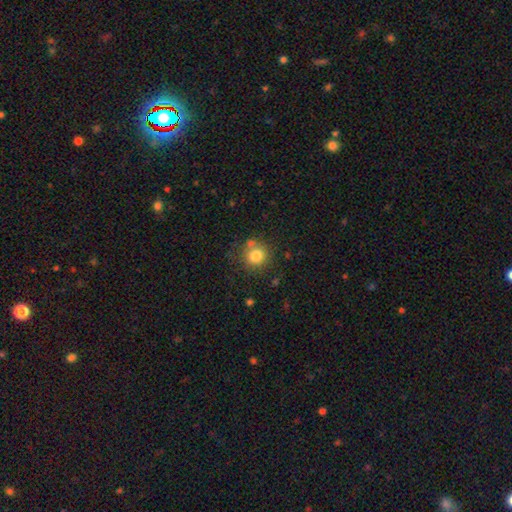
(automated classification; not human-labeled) A smooth galaxy with no disk features (80%) that is round (91%).

Vote fractions:
- Smooth or featured? smooth: 80% / star or artifact: 12% / featured or disk: 8%
- How rounded? round: 91% / in between: 8% / cigar-shaped: 1%
- Merging? none: 74% / minor disturbance: 12% / merger: 10% / major disturbance: 4%